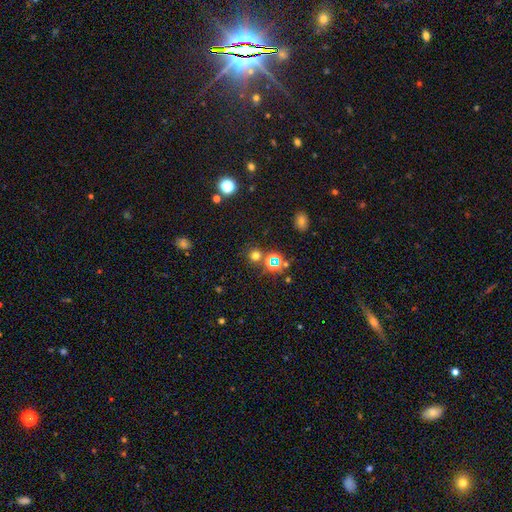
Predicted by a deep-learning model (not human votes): Smooth or featured?
  - smooth: 56% *
  - star or artifact: 37%
  - featured or disk: 7%
How rounded?
  - round: 90% *
  - in between: 9%
  - cigar-shaped: 1%
Merging?
  - none: 79% *
  - merger: 9%
  - minor disturbance: 8%
  - major disturbance: 4%